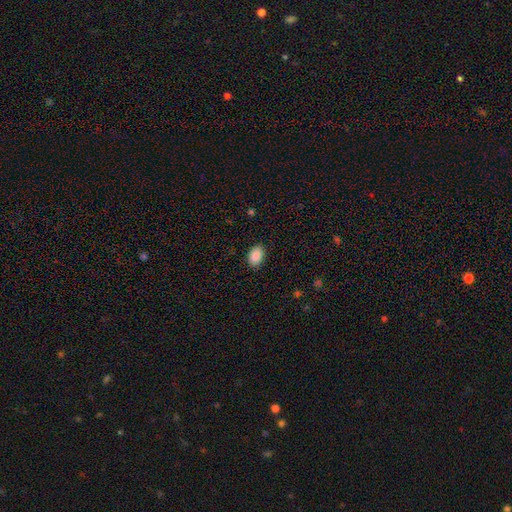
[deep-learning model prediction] Smooth or featured: smooth — 89% (star or artifact — 7%)
How rounded: in between — 87% (round — 12%)
Merging: none — 88% (minor disturbance — 9%)